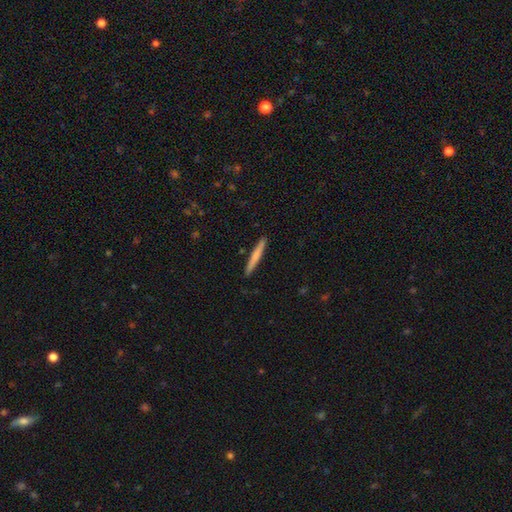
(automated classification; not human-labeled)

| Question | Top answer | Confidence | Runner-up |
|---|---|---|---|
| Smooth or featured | smooth | 68% | featured or disk (26%) |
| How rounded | cigar-shaped | 96% | in between (2%) |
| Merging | none | 91% | minor disturbance (6%) |